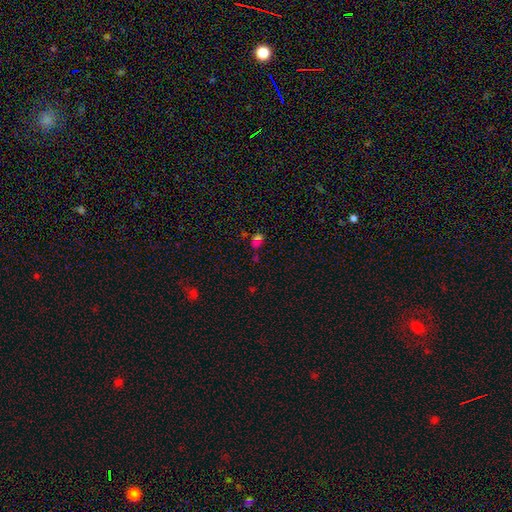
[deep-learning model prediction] Overall: smooth (46%; star or artifact 44%). Merging: none (55%; merger 19%).